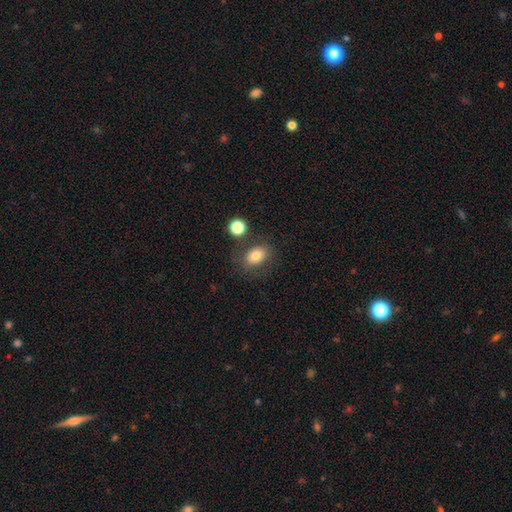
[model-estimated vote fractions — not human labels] smooth 79%, featured or disk 11%, star or artifact 10%. Down the decision tree: how rounded — in between (71%); merging — none (70%).